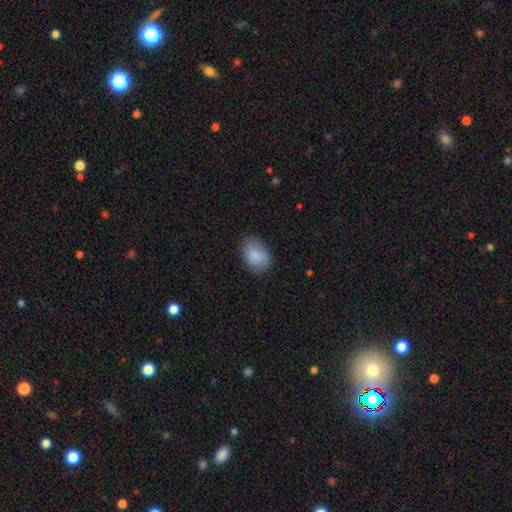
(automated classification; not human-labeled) Smooth or featured: smooth — 86% (featured or disk — 7%)
How rounded: in between — 76% (round — 23%)
Merging: none — 78% (minor disturbance — 17%)